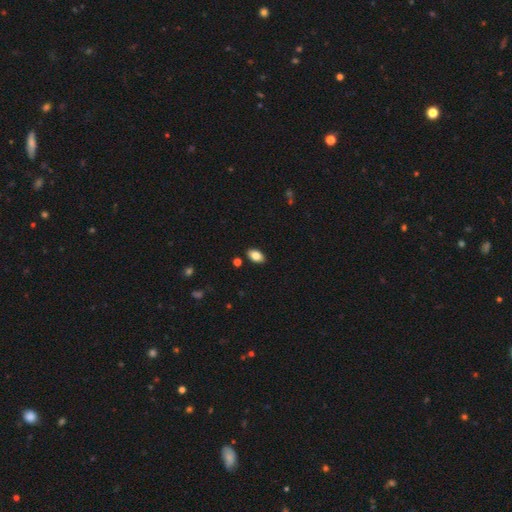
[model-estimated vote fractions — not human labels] This is clearly a smooth galaxy (83%). How rounded: clearly in between (92%). Merging: clearly none (88%).